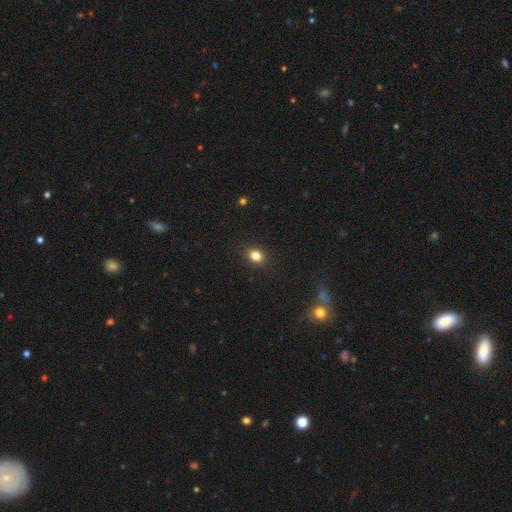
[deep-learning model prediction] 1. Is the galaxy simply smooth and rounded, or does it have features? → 83% smooth, 11% star or artifact, 6% featured or disk.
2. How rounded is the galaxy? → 53% in between, 46% round, 1% cigar-shaped.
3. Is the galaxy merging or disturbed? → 90% none, 7% minor disturbance, 2% major disturbance, 1% merger.